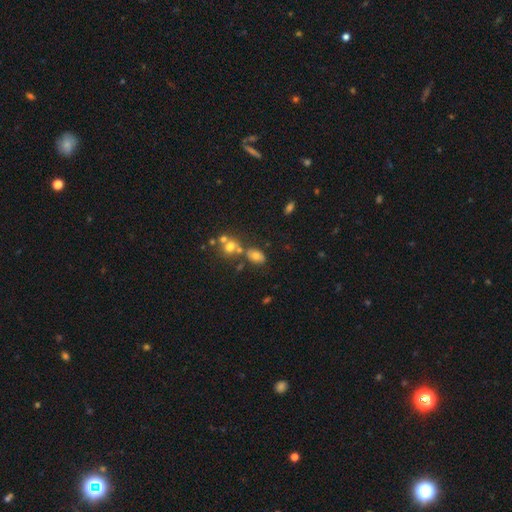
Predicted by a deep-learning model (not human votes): smooth_or_featured: smooth (p=0.68) [alt: featured or disk p=0.17]
how_rounded: in between (p=0.81) [alt: round p=0.17]
merging: none (p=0.58) [alt: merger p=0.21]